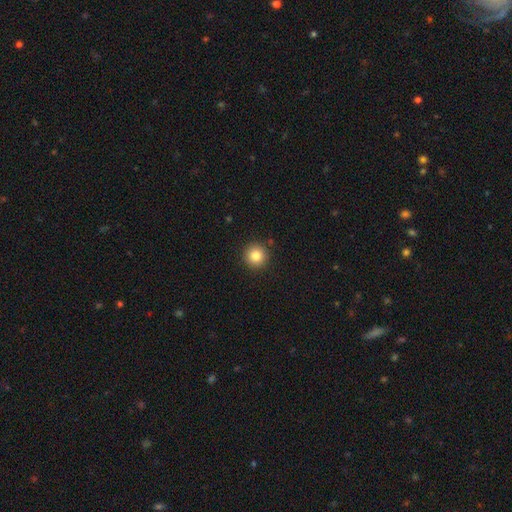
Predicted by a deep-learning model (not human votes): Smooth or featured? Predicted: smooth (p=0.84). How rounded? Predicted: round (p=0.95). Merging? Predicted: none (p=0.91).